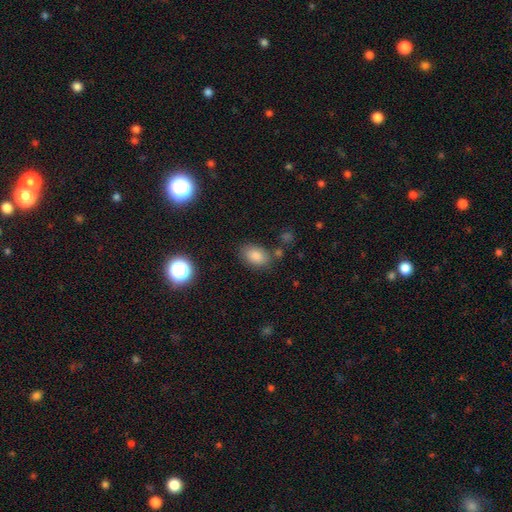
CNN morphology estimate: smooth-or-featured: smooth: 81% | star or artifact: 11% | featured or disk: 7%
  how-rounded: in between: 85% | round: 14% | cigar-shaped: 1%
  merging: none: 77% | minor disturbance: 13% | merger: 5% | major disturbance: 4%